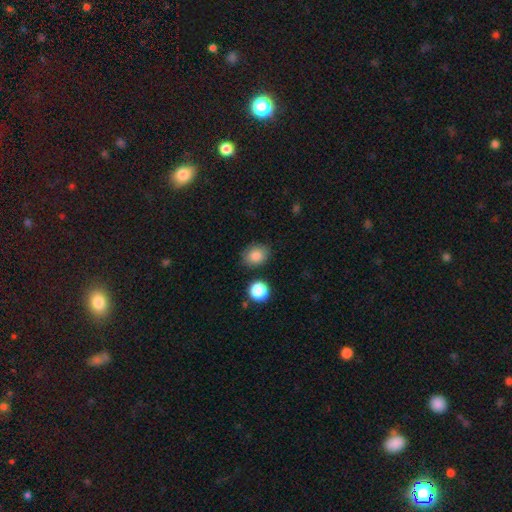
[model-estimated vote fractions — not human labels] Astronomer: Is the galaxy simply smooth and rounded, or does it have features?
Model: smooth — 85%.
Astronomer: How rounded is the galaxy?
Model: in between — 53% (runner-up: round, 46%).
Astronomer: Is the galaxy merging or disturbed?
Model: none — 79%.